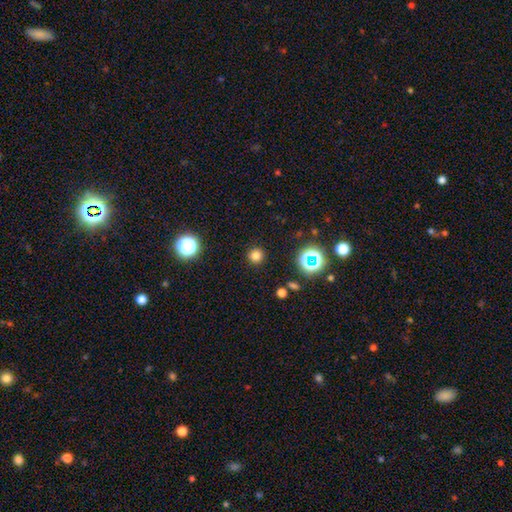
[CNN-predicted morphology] Overall: smooth (77%). How rounded: round (95%). Merging: none (92%).